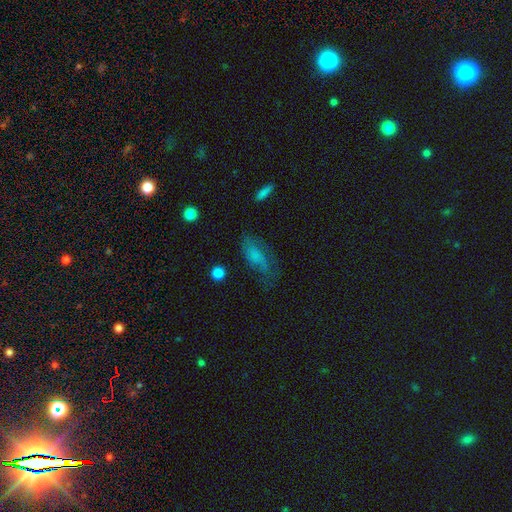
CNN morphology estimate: A smooth galaxy with no disk features (54%) that is in between round and cigar-shaped (80%). Merging: none (48%).